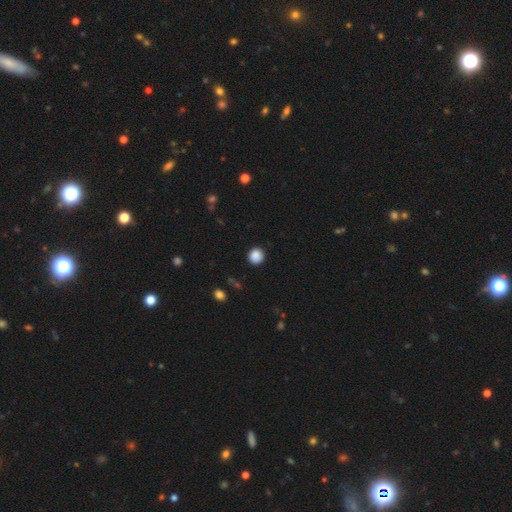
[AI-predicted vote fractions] Overall: smooth (88%). How rounded: round (93%). Merging: none (91%).